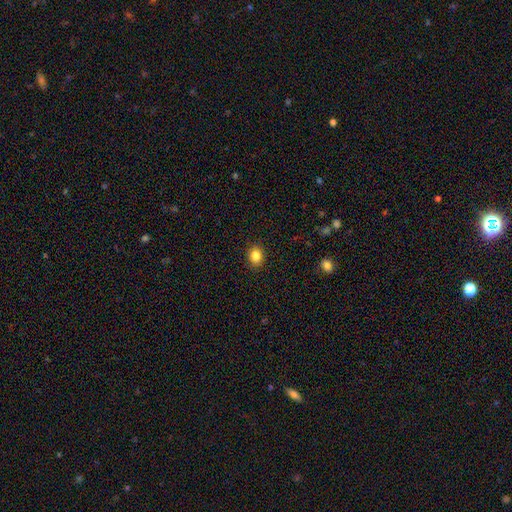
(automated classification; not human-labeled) Smooth or featured? smooth (85%)
How rounded? in between (56%)
Merging? none (90%)